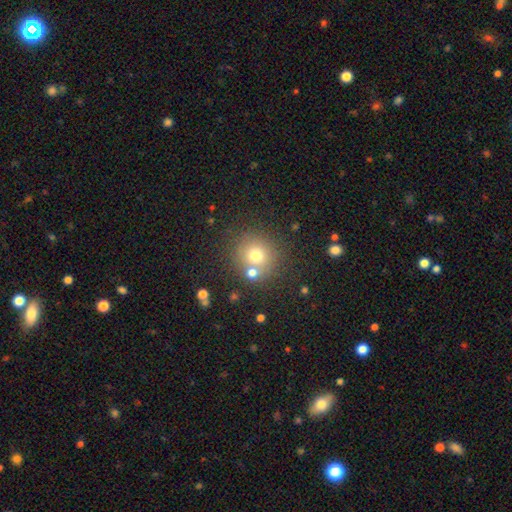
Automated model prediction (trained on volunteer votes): smooth_or_featured: smooth (p=0.72) [alt: star or artifact p=0.15]
how_rounded: round (p=0.92) [alt: in between p=0.07]
merging: none (p=0.70) [alt: merger p=0.17]